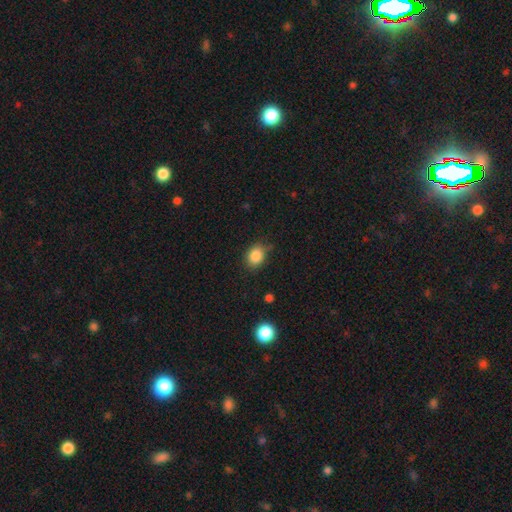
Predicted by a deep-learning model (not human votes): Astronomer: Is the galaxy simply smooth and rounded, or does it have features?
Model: smooth — 86%.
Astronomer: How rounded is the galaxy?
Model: in between — 54% (runner-up: round, 45%).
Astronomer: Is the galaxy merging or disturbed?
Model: none — 79%.